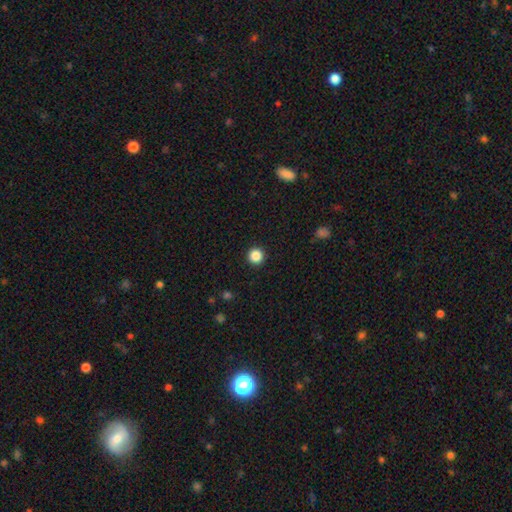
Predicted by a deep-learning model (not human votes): This appears to be a smooth galaxy with no disk features (86%) that is round (96%). Merging: none (93%).